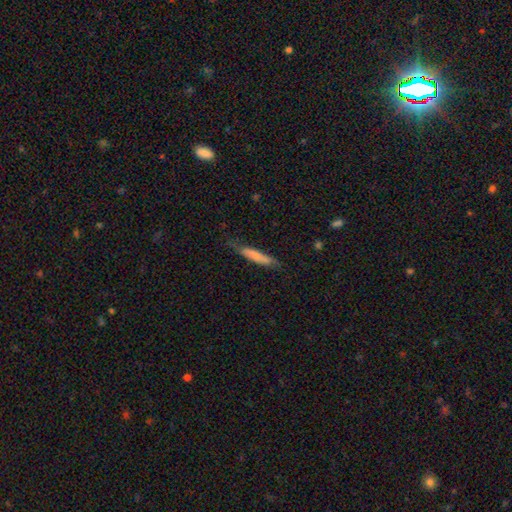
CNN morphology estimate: This appears to be a smooth galaxy with no disk features (70%) that is cigar-shaped (89%). Merging: none (68%).